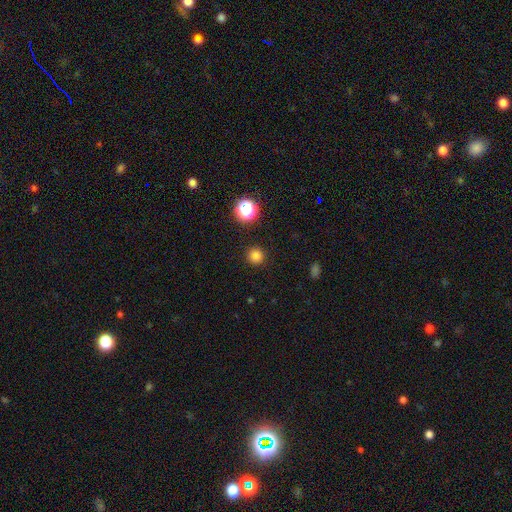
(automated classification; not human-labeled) A smooth galaxy with no disk features (80%) that is round (96%). Merging: none (92%).